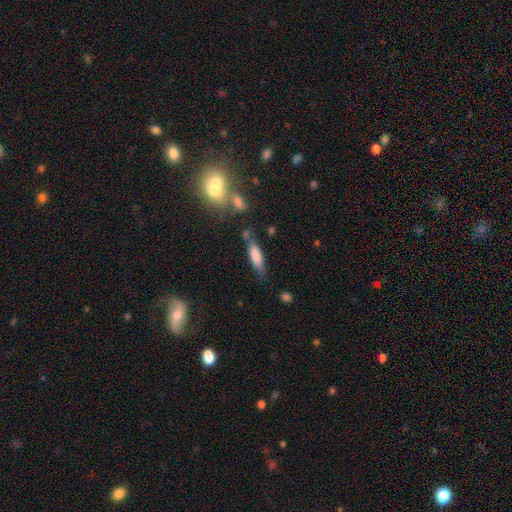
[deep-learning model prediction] smooth_or_featured: smooth (p=0.77) [alt: featured or disk p=0.16]
how_rounded: cigar-shaped (p=0.58) [alt: in between p=0.40]
merging: none (p=0.67) [alt: minor disturbance p=0.19]